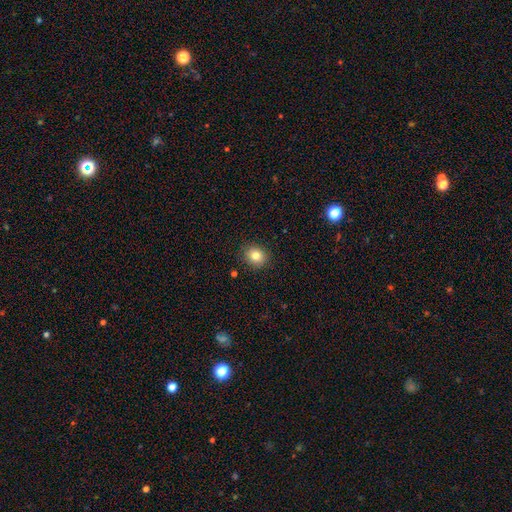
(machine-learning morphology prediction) This is clearly a smooth galaxy (82%). How rounded: likely round (76%). Merging: clearly none (89%).